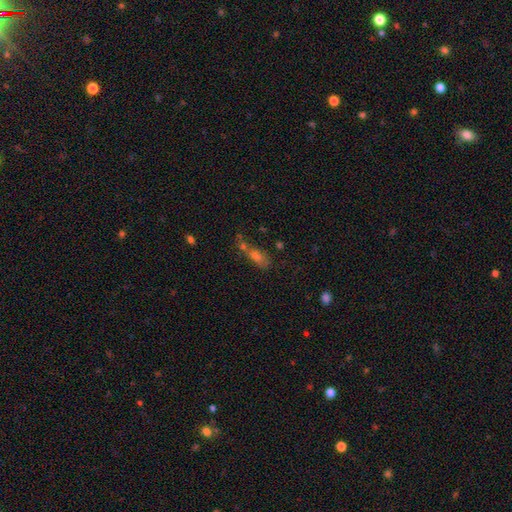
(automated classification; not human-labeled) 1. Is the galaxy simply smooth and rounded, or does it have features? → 52% smooth, 25% featured or disk, 23% star or artifact.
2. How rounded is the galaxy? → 62% in between, 26% cigar-shaped, 11% round.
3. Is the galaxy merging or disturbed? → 37% merger, 35% none, 15% minor disturbance, 13% major disturbance.